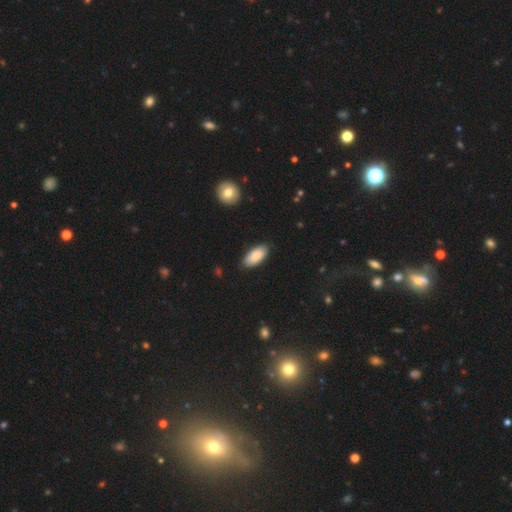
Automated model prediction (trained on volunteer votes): Smooth or featured: smooth — 85% (featured or disk — 10%)
How rounded: in between — 93% (cigar-shaped — 5%)
Merging: none — 85% (minor disturbance — 12%)